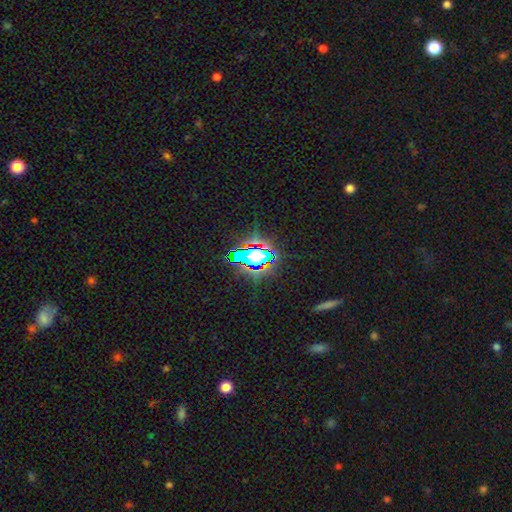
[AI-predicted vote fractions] Smooth or featured?
  - star or artifact: 67% *
  - smooth: 22%
  - featured or disk: 12%